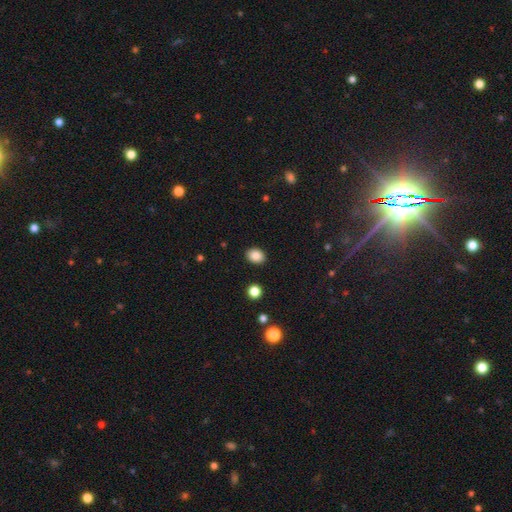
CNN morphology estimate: smooth 86%, star or artifact 9%, featured or disk 5%. Down the decision tree: how rounded — in between (56%); merging — none (90%).